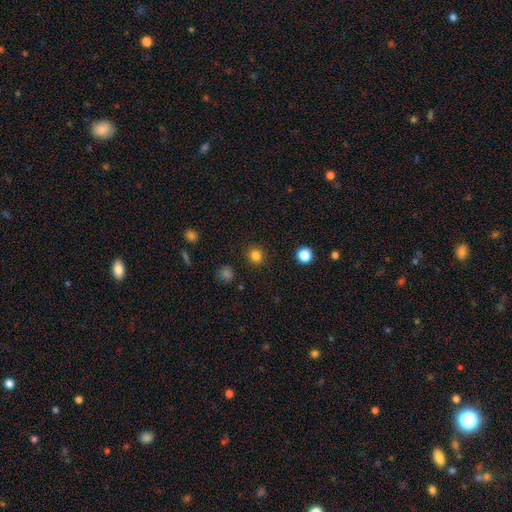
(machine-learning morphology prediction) Overall: smooth (82%). How rounded: round (92%). Merging: none (91%).